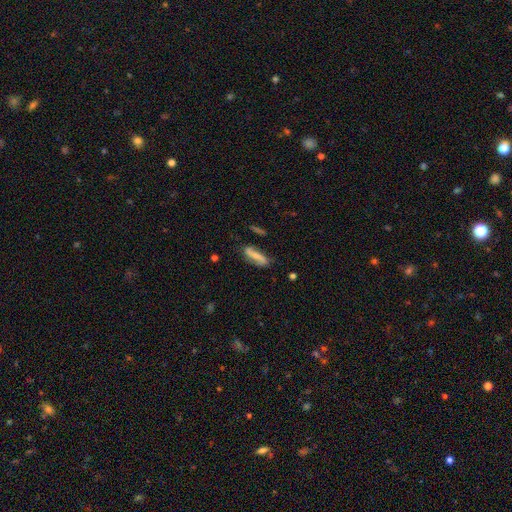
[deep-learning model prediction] Morphology: type=featured or disk (50%); edge-on=no (83%); merging=none (70%).